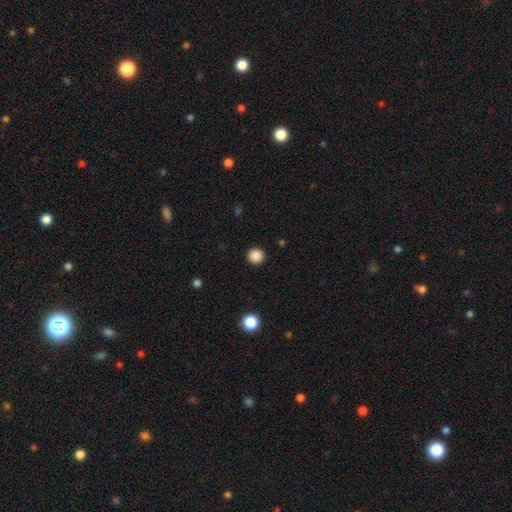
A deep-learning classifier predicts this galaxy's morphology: The model was most divided on "smooth or featured": smooth: 87%, star or artifact: 10%, featured or disk: 2%. More confident: how rounded — round (95%); merging — none (93%).